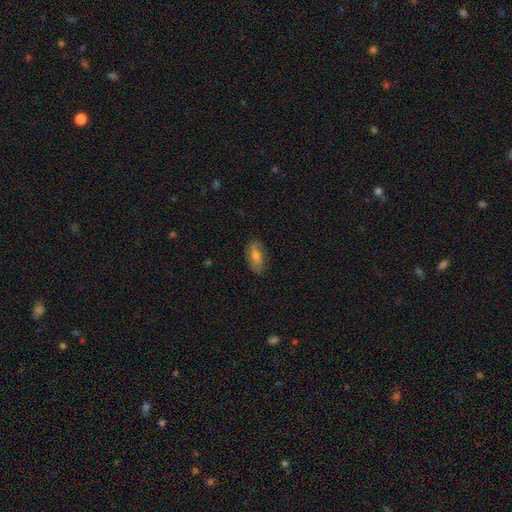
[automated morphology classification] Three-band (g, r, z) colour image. It shows a smooth galaxy with no disk features (60%) that is in between round and cigar-shaped (86%). Merging: none (80%).